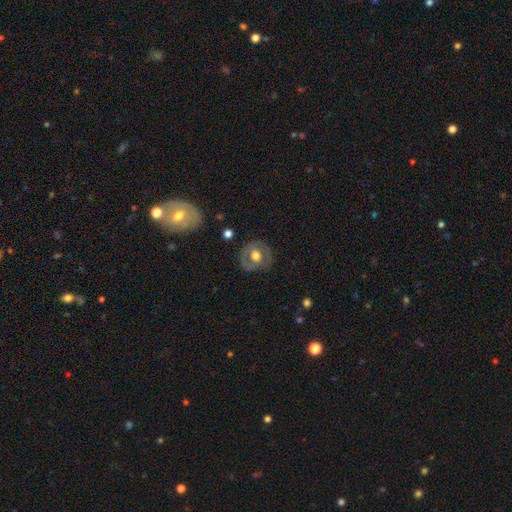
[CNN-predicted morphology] Overall: featured or disk (50%; smooth 43%). Merging: none (78%).